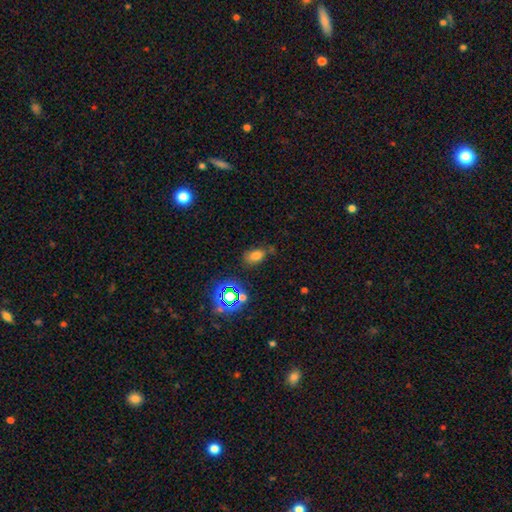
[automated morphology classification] The model was most divided on "merging": none: 63%, minor disturbance: 23%, major disturbance: 8%, merger: 6%. More confident: how rounded — in between (83%); smooth or featured — smooth (70%).